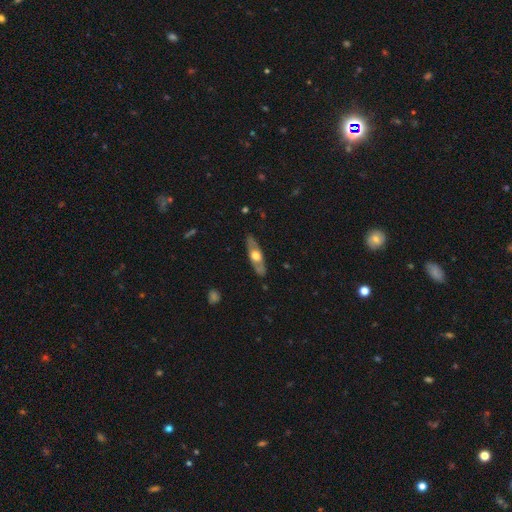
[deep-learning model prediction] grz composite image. It shows a featured or disk galaxy (55%) viewed edge-on (53%). Merging: none (84%).